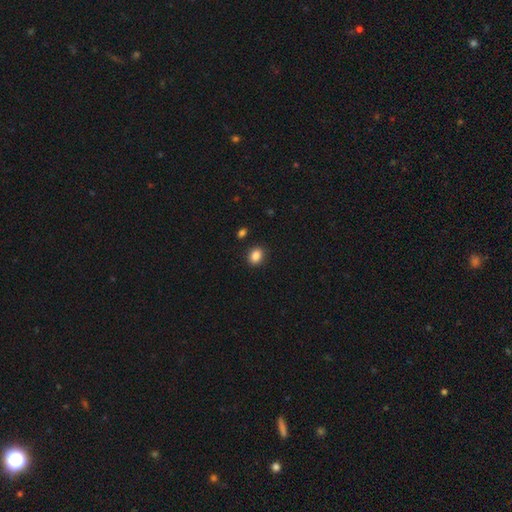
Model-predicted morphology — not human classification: Q: Smooth or featured?
A: smooth (87%); runner-up: star or artifact (10%)
Q: How rounded?
A: in between (54%); runner-up: round (45%)
Q: Merging?
A: none (88%); runner-up: minor disturbance (8%)